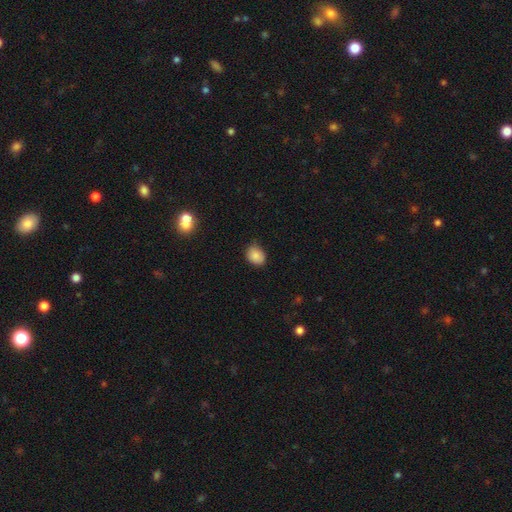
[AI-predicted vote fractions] The model was most divided on "how rounded": in between: 57%, round: 42%, cigar-shaped: 1%. More confident: smooth or featured — smooth (85%); merging — none (73%).